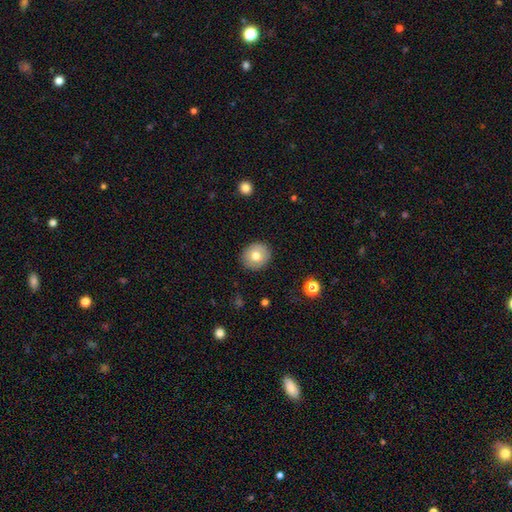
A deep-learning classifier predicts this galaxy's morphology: Smooth or featured? smooth (75%)
How rounded? round (84%)
Merging? none (89%)